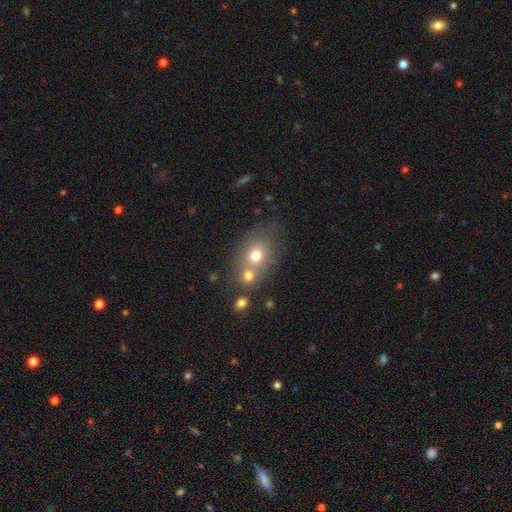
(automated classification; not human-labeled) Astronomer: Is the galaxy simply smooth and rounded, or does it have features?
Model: smooth — 70%.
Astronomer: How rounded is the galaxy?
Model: round — 50% (runner-up: in between, 49%).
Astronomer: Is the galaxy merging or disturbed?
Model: none — 43% (runner-up: merger, 41%).